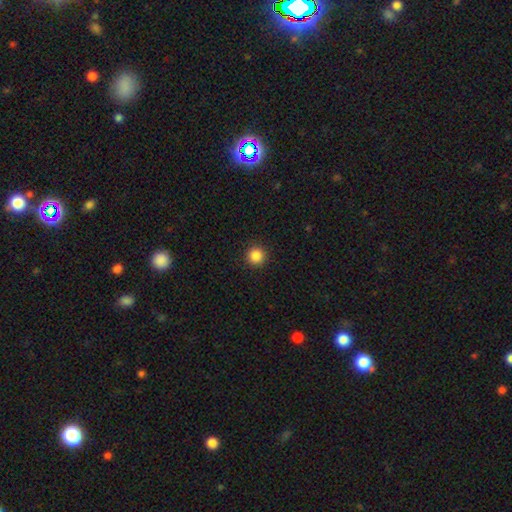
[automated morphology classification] smooth 86%, star or artifact 11%, featured or disk 3%. Down the decision tree: how rounded — round (95%); merging — none (93%).